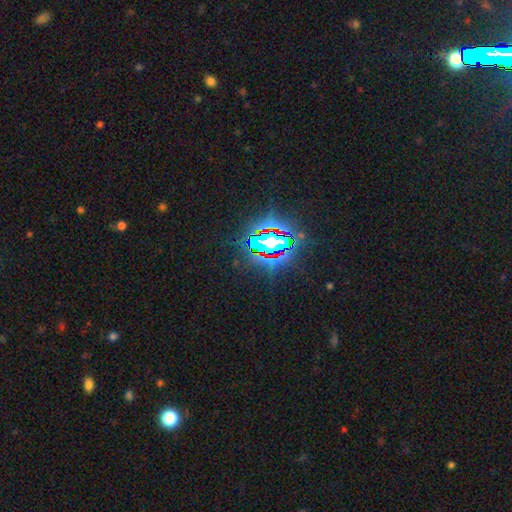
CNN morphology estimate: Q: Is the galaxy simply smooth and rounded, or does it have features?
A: star or artifact — 84%.